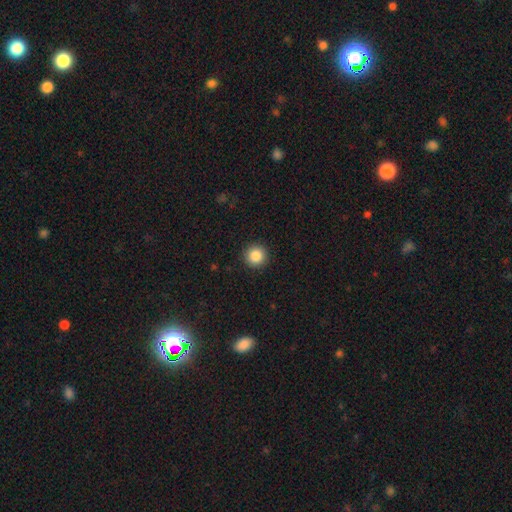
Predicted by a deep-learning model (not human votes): This is clearly a smooth galaxy (86%). How rounded: clearly round (96%). Merging: clearly none (92%).